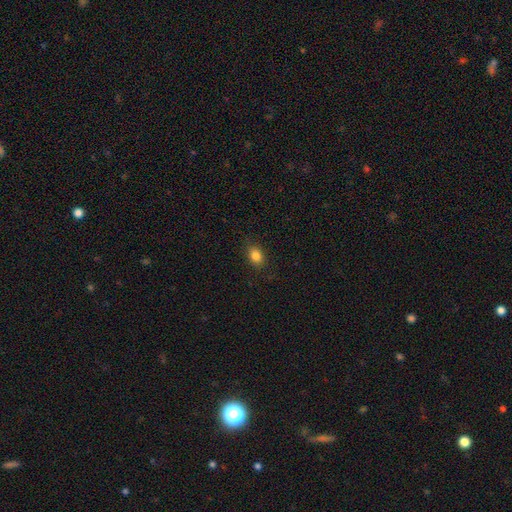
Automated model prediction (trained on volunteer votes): The model was most divided on "how rounded": in between: 72%, round: 27%, cigar-shaped: 2%. More confident: merging — none (86%); smooth or featured — smooth (84%).